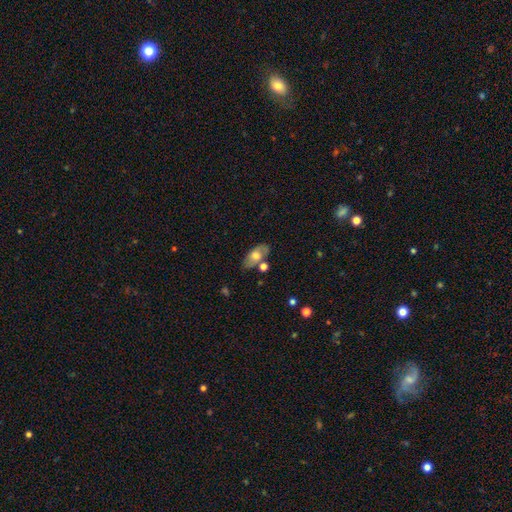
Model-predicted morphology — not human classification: This is possibly a smooth galaxy (52%). How rounded: clearly in between (89%). Merging: likely none (68%).